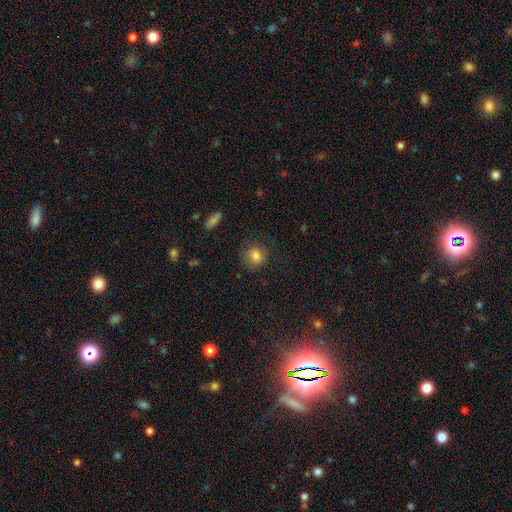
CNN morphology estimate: Smooth or featured? smooth (81%)
How rounded? round (75%)
Merging? none (78%)